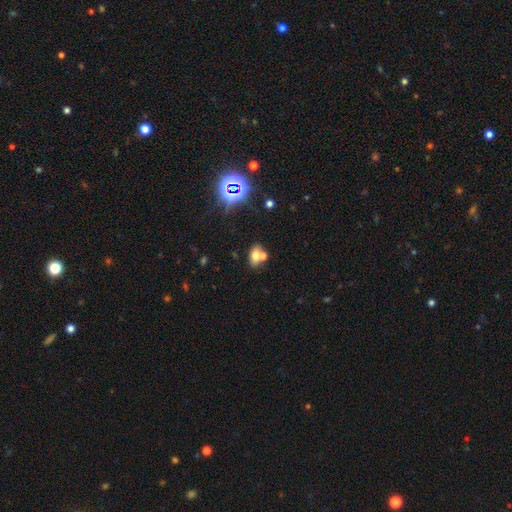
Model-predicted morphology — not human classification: Smooth or featured? smooth (65%)
How rounded? in between (81%)
Merging? merger (43%, tied with none)